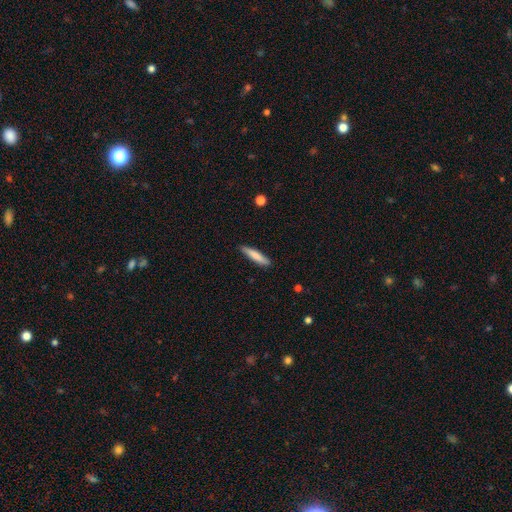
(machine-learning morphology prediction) This is likely a smooth galaxy (77%). How rounded: clearly cigar-shaped (87%). Merging: clearly none (87%).